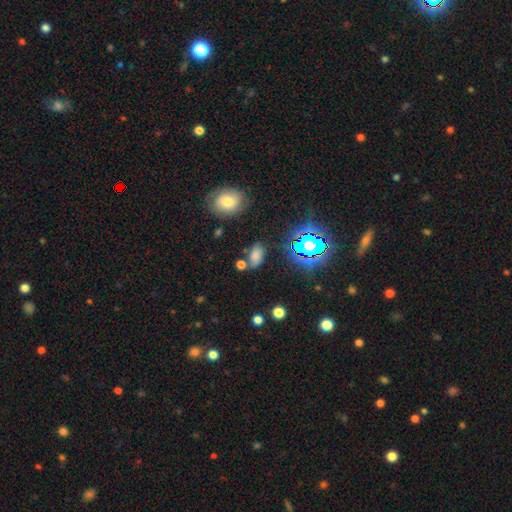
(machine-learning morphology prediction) type=smooth (65%); roundness=in between (88%); merging=none (67%).